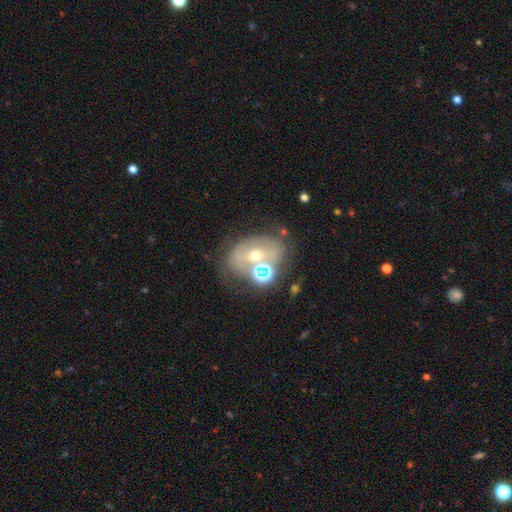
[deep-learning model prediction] This is possibly a featured or disk galaxy (56%). It is clearly not viewed edge-on (94%). Bar: possibly no (52%). Spiral arm pattern: possibly no (53%). Central bulge: possibly moderate (56%). Merging: possibly none (50%).